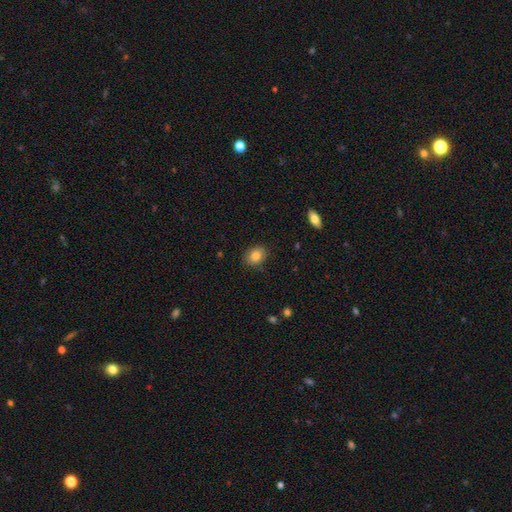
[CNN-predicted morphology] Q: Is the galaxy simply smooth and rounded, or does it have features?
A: smooth — 81%.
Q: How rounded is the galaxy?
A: in between — 62%.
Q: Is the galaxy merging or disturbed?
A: none — 83%.